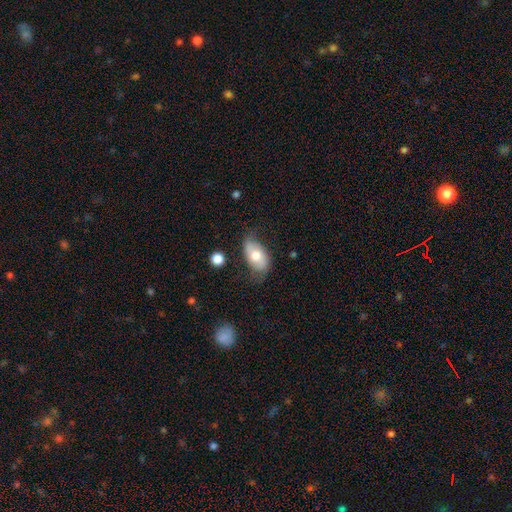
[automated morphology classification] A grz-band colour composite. It shows a smooth galaxy with no disk features (62%) that is in between round and cigar-shaped (92%). Merging: none (59%).